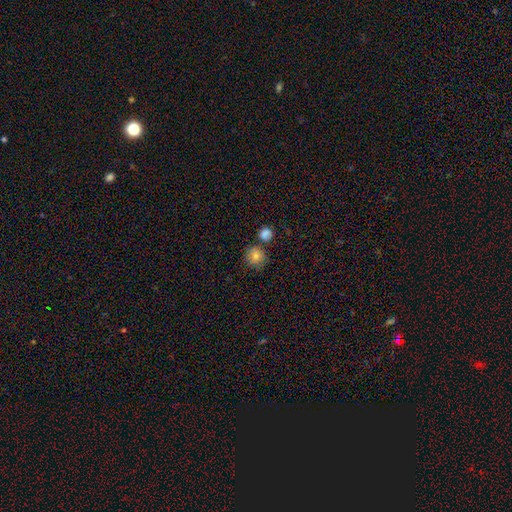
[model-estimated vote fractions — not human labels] smooth 79%, star or artifact 12%, featured or disk 9%. Down the decision tree: how rounded — round (89%); merging — none (71%).